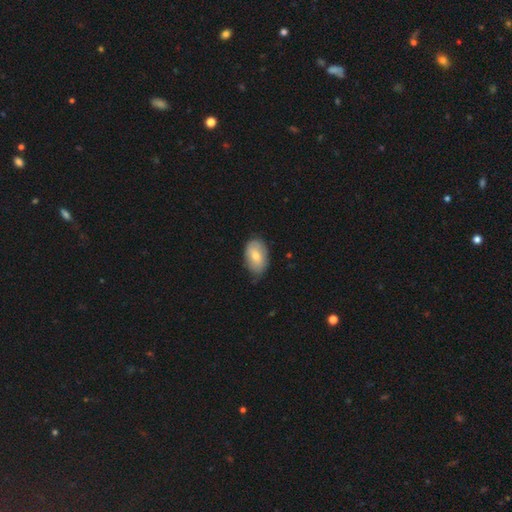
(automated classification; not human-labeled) smooth-or-featured: smooth: 74% | featured or disk: 20% | star or artifact: 6%
  how-rounded: in between: 90% | round: 9% | cigar-shaped: 1%
  merging: none: 65% | minor disturbance: 29% | major disturbance: 4% | merger: 1%